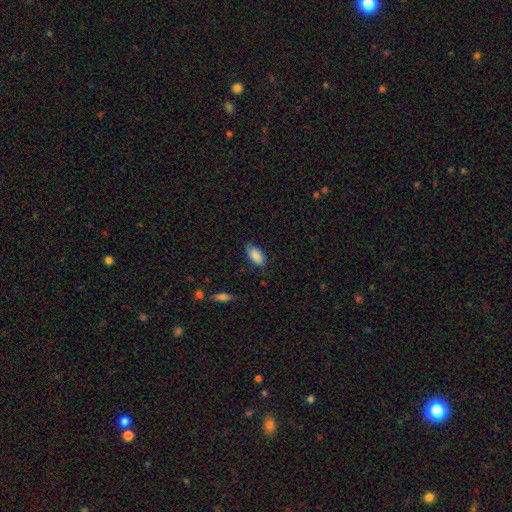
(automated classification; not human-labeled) Smooth or featured: smooth — 86% (featured or disk — 7%)
How rounded: in between — 92% (cigar-shaped — 6%)
Merging: none — 70% (minor disturbance — 25%)